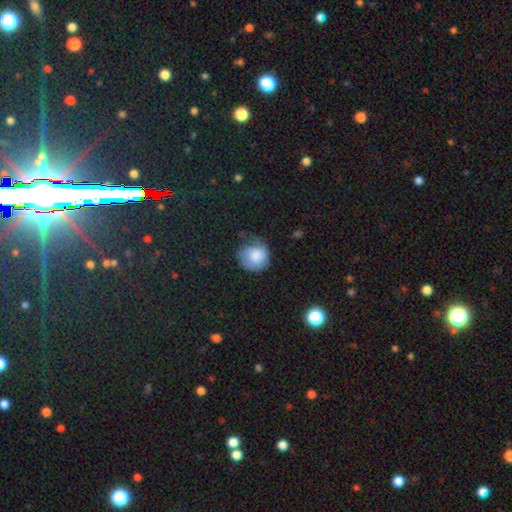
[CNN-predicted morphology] Smooth or featured? Predicted: smooth (p=0.76). How rounded? Predicted: round (p=0.82). Merging? Predicted: none (p=0.40).